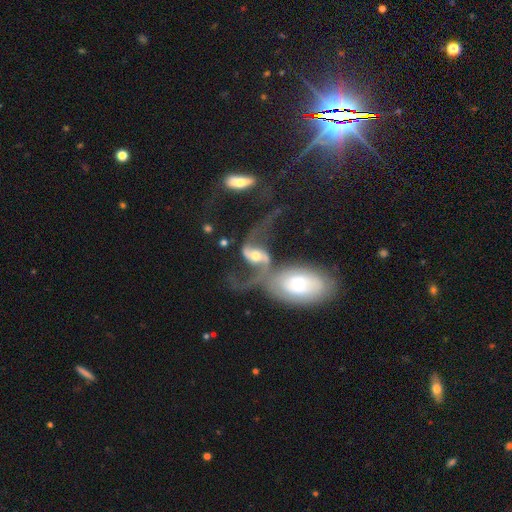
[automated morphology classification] Smooth or featured: featured or disk — 84% (smooth — 10%)
Edge-on disk: no — 96% (yes — 4%)
Bar: weak — 37% (no — 33%)
Spiral arms: yes — 94% (no — 6%)
Spiral winding: loose — 74% (medium — 20%)
Spiral arm count: 2 — 91% (can't tell — 3%)
Bulge size: moderate — 59% (small — 24%)
Merging: merger — 63% (none — 17%)